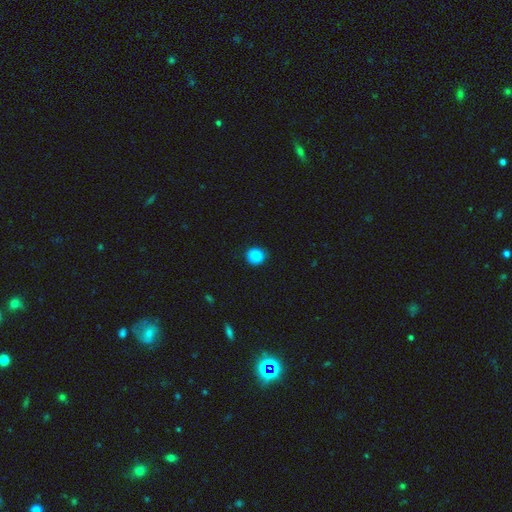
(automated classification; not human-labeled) smooth-or-featured: smooth: 88% | star or artifact: 9% | featured or disk: 3%
  how-rounded: round: 87% | in between: 12% | cigar-shaped: 1%
  merging: none: 88% | minor disturbance: 9% | major disturbance: 2% | merger: 1%